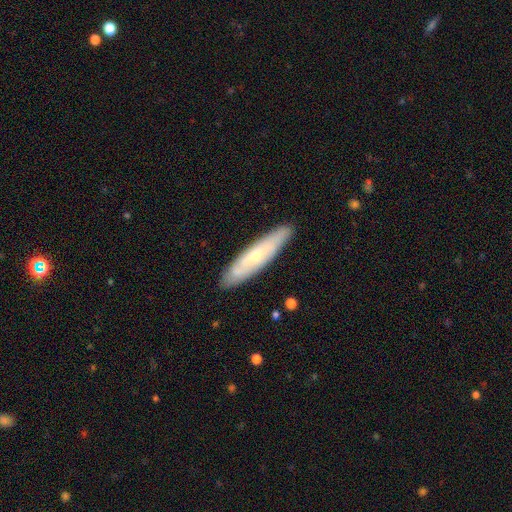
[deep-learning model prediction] Smooth or featured? featured or disk (50%)
Merging? none (86%)